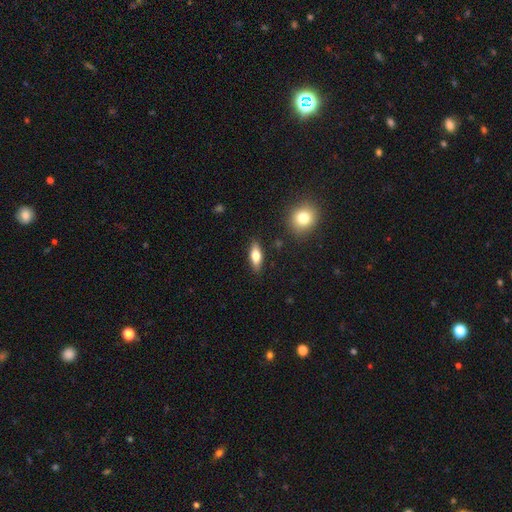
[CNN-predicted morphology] smooth_or_featured: smooth (p=0.66) [alt: featured or disk p=0.27]
how_rounded: in between (p=0.68) [alt: cigar-shaped p=0.29]
merging: none (p=0.86) [alt: minor disturbance p=0.09]